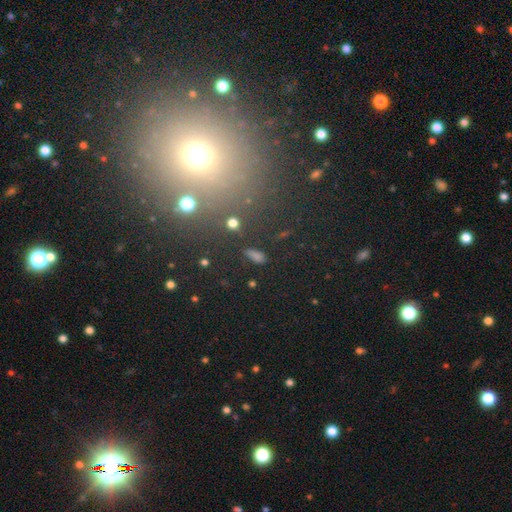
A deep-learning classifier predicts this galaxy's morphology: A star or artifact, not a galaxy (48%).